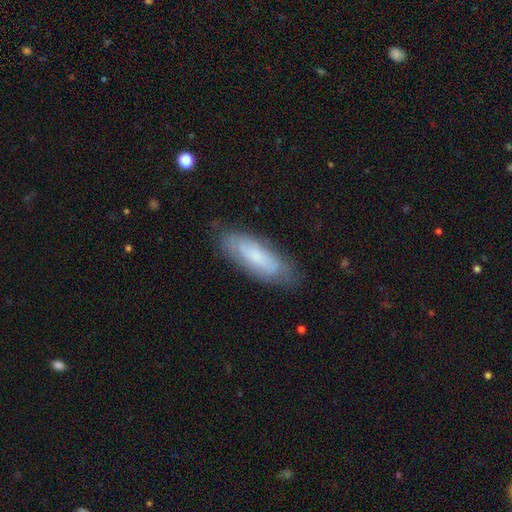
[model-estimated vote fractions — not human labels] The model was most divided on "smooth or featured": smooth: 57%, featured or disk: 35%, star or artifact: 8%. More confident: merging — none (77%); how rounded — in between (62%).